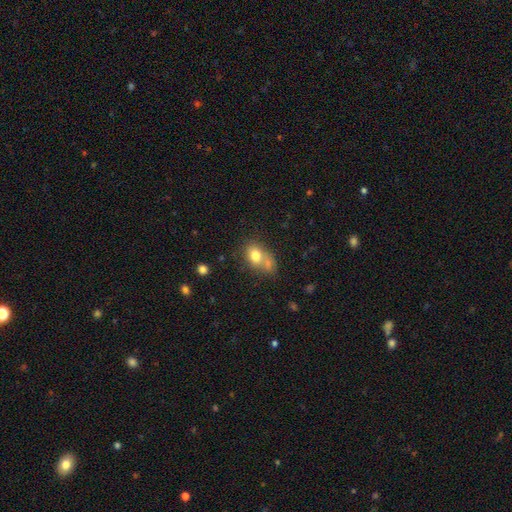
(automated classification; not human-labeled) This appears to be a smooth galaxy with no disk features (75%) that is in between round and cigar-shaped (67%). Merging: merger (42%).